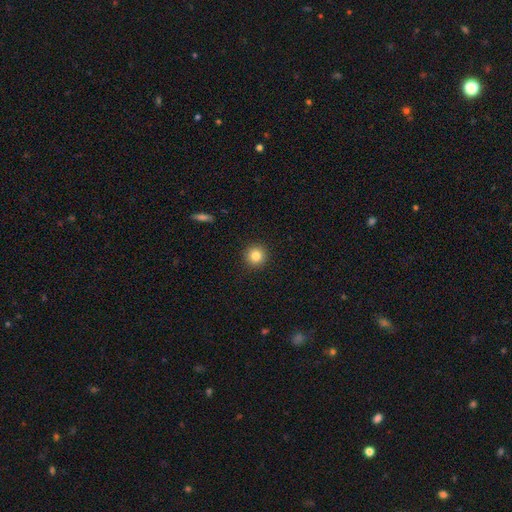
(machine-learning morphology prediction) Q: Smooth or featured?
A: smooth (83%); runner-up: star or artifact (11%)
Q: How rounded?
A: round (95%); runner-up: in between (4%)
Q: Merging?
A: none (92%); runner-up: minor disturbance (5%)